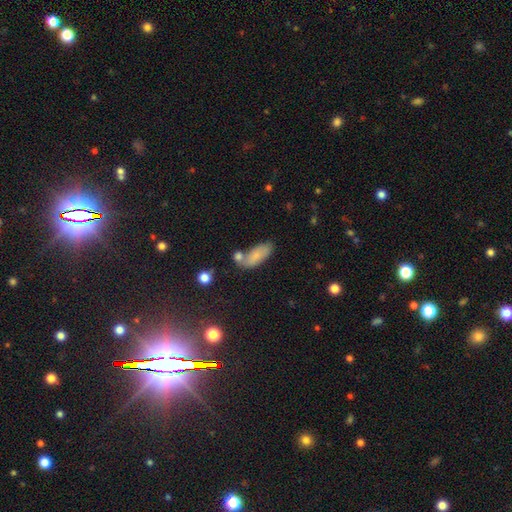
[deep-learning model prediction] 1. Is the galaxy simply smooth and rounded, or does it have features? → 78% smooth, 14% featured or disk, 8% star or artifact.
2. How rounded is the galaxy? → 81% in between, 16% cigar-shaped, 3% round.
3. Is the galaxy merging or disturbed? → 54% none, 22% merger, 19% minor disturbance, 6% major disturbance.